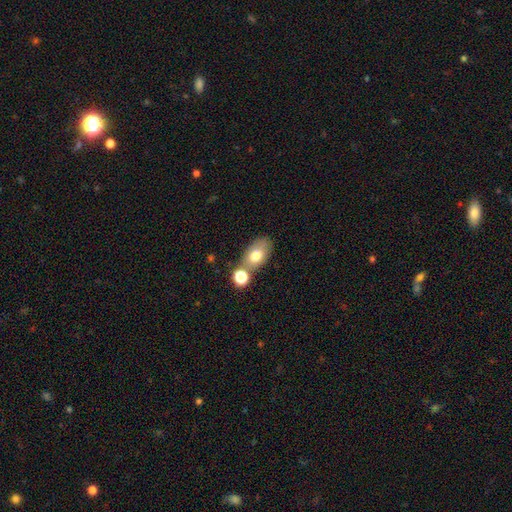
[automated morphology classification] A smooth galaxy with no disk features (74%) that is in between round and cigar-shaped (86%). Merging: none (56%).